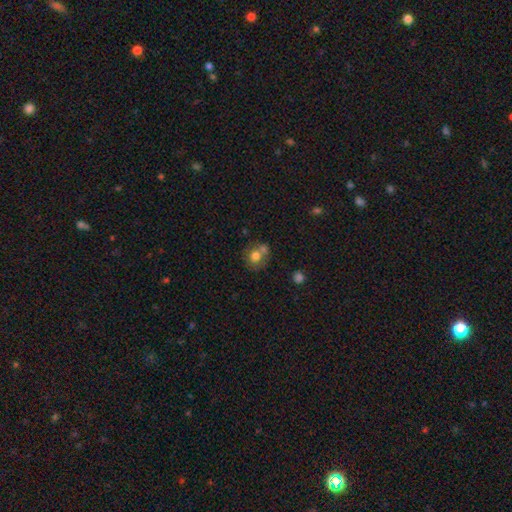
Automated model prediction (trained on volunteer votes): This appears to be a smooth galaxy with no disk features (72%) that is round (74%). Merging: none (44%).